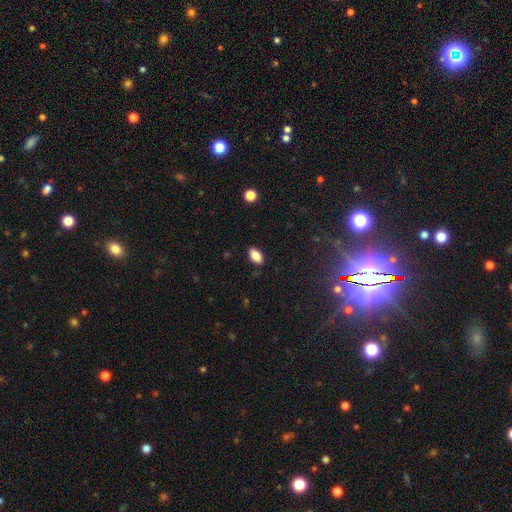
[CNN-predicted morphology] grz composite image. It shows a smooth galaxy with no disk features (87%) that is in between round and cigar-shaped (93%). Merging: none (87%).